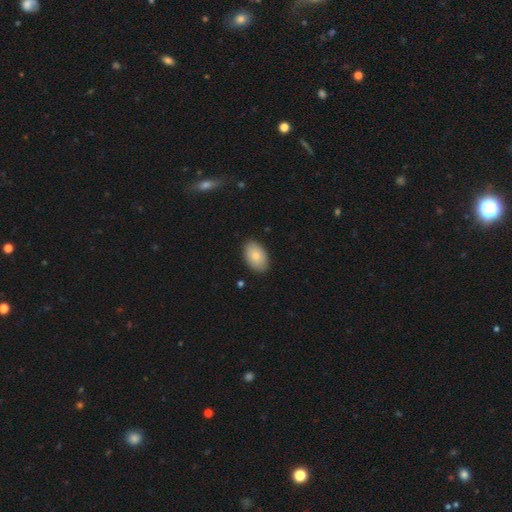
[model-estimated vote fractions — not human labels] Smooth or featured? smooth (82%)
How rounded? in between (92%)
Merging? none (87%)